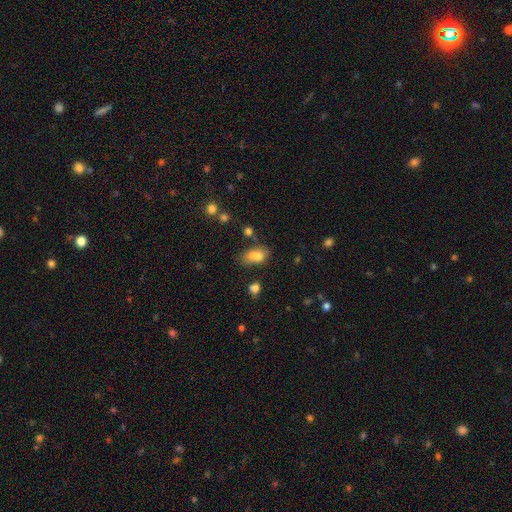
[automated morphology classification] smooth_or_featured: smooth (p=0.70) [alt: featured or disk p=0.17]
how_rounded: in between (p=0.77) [alt: round p=0.19]
merging: merger (p=0.45) [alt: none p=0.33]